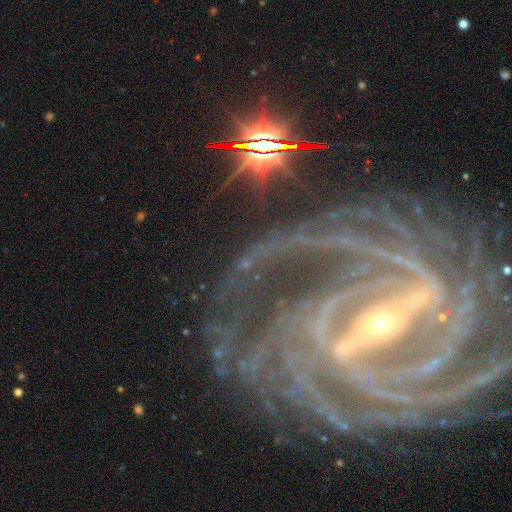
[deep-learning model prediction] This is clearly a featured or disk galaxy (88%). It is clearly not viewed edge-on (96%). Bar: likely strong (71%). Spiral arm pattern: clearly yes (98%). Spiral arm count: marginally 4 (21%, tied with more than 4). Spiral winding: likely tight (60%). Central bulge: clearly small (80%). Merging: likely none (67%).